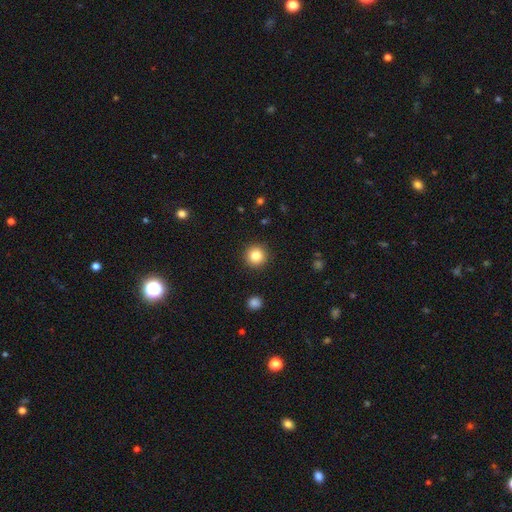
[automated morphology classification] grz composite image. It shows a smooth galaxy with no disk features (82%) that is round (96%). Merging: none (92%).